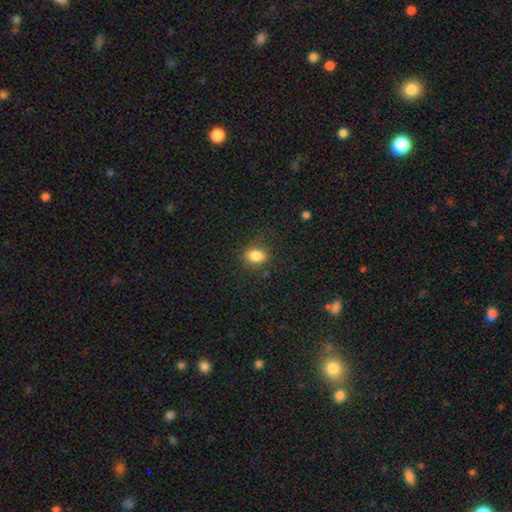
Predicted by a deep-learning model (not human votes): This appears to be a smooth galaxy with no disk features (84%) that is in between round and cigar-shaped (63%). Merging: none (83%).